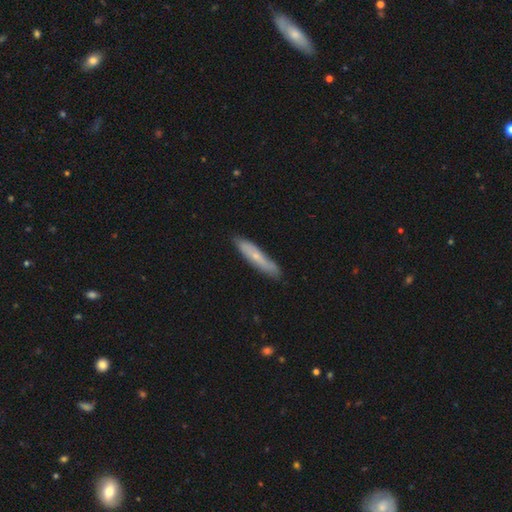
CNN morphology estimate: Smooth or featured? Predicted: smooth (p=0.56). How rounded? Predicted: cigar-shaped (p=0.86). Merging? Predicted: none (p=0.82).